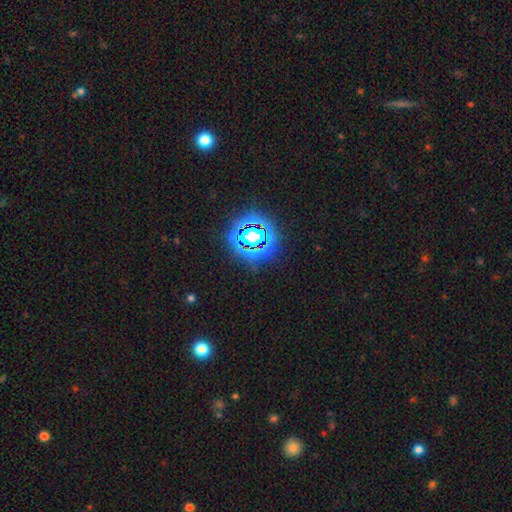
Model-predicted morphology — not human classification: type=star or artifact (79%).